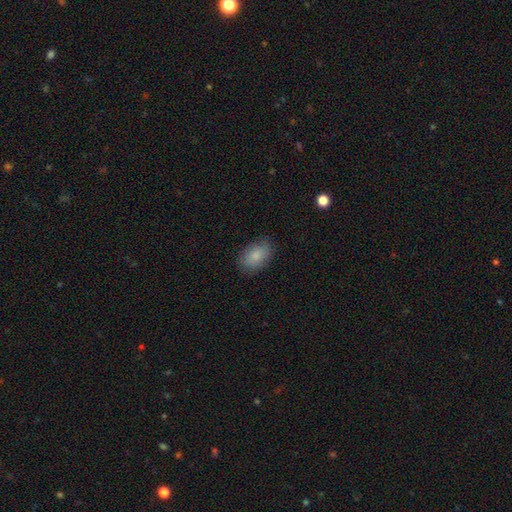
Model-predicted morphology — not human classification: smooth 85%, featured or disk 9%, star or artifact 7%. Down the decision tree: how rounded — in between (88%); merging — none (83%).